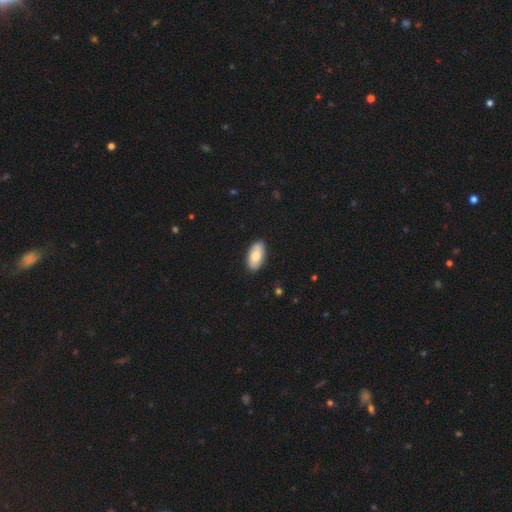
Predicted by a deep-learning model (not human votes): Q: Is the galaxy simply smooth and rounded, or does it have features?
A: smooth — 78%.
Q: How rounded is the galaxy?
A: in between — 93%.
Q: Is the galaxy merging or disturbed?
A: none — 88%.